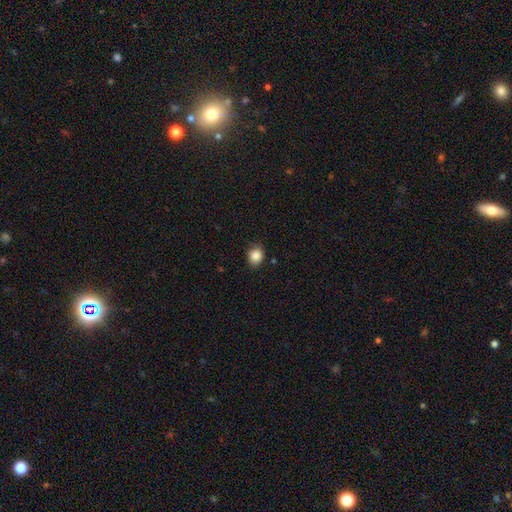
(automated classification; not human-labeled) Smooth or featured: smooth — 87% (star or artifact — 10%)
How rounded: round — 64% (in between — 35%)
Merging: none — 82% (minor disturbance — 14%)